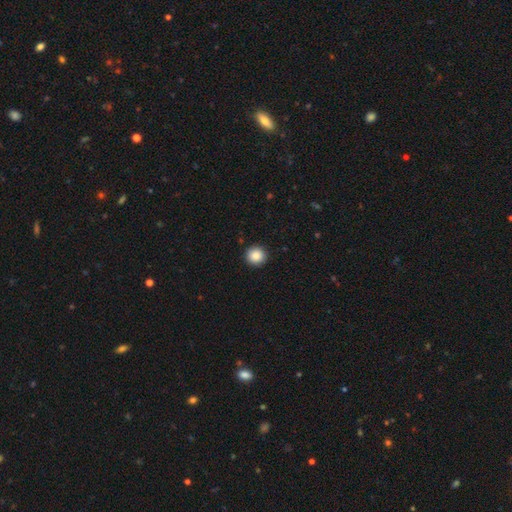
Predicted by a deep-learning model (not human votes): The model was most divided on "smooth or featured": smooth: 88%, star or artifact: 9%, featured or disk: 3%. More confident: how rounded — round (94%); merging — none (92%).